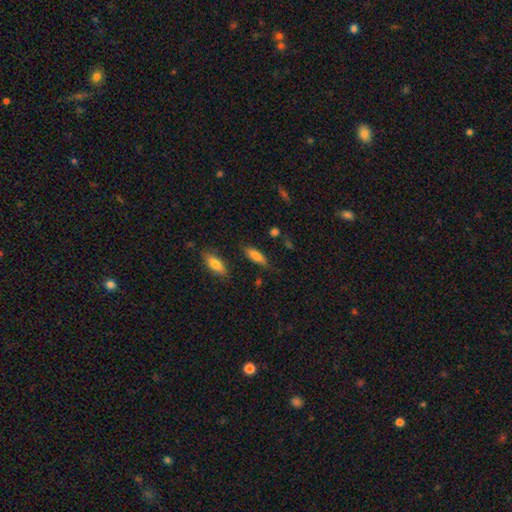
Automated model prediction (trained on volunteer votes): Smooth or featured? Predicted: smooth (p=0.80). How rounded? Predicted: in between (p=0.61). Merging? Predicted: none (p=0.76).